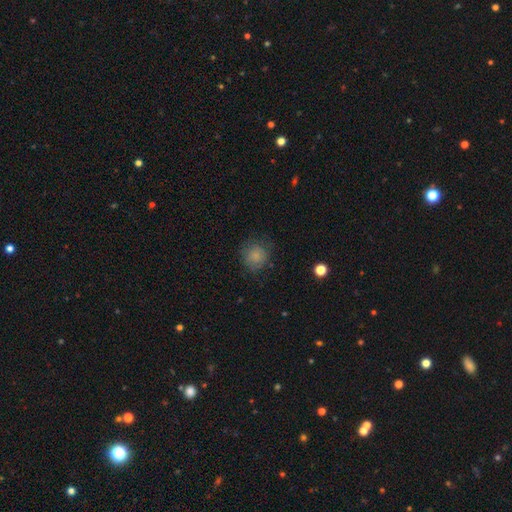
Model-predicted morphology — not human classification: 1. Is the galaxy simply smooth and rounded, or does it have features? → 81% smooth, 10% star or artifact, 9% featured or disk.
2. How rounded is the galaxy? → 87% round, 12% in between, 1% cigar-shaped.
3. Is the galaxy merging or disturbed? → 74% none, 18% minor disturbance, 7% major disturbance, 1% merger.